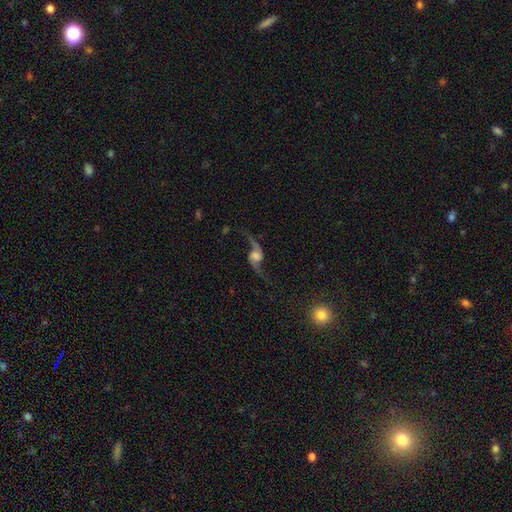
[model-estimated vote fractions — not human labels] The model was most divided on "bulge size": large: 30%, moderate: 24%, none: 18%, small: 18%, dominant: 10%. More confident: spiral arms — yes (97%); spiral arm count — 2 (94%); spiral winding — loose (93%); edge-on disk — no (92%); smooth or featured — featured or disk (87%); merging — none (75%); bar — no (62%).